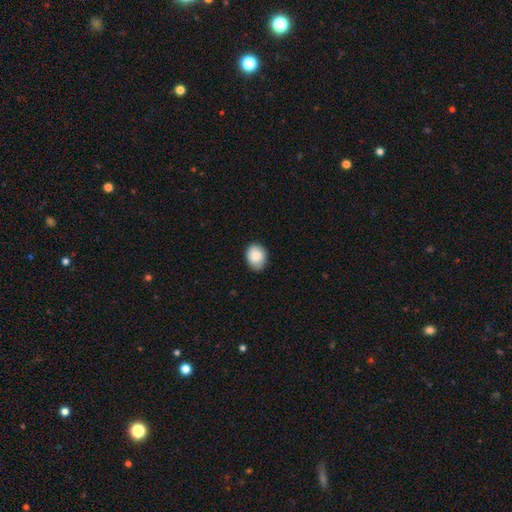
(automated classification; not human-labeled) smooth_or_featured: smooth (p=0.85) [alt: featured or disk p=0.08]
how_rounded: in between (p=0.52) [alt: round p=0.47]
merging: none (p=0.80) [alt: minor disturbance p=0.16]